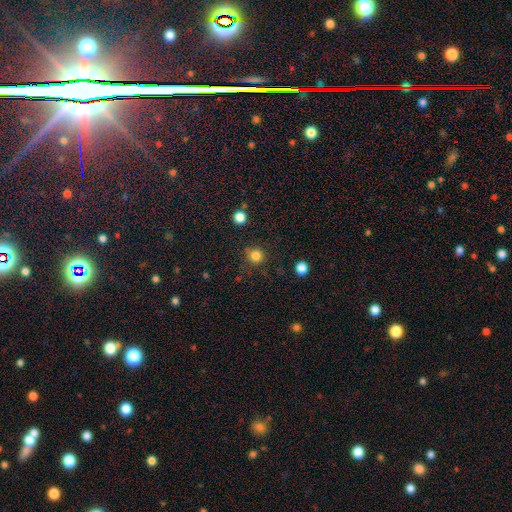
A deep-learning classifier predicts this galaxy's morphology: smooth_or_featured: smooth (p=0.81) [alt: star or artifact p=0.14]
how_rounded: round (p=0.92) [alt: in between p=0.07]
merging: none (p=0.79) [alt: minor disturbance p=0.14]